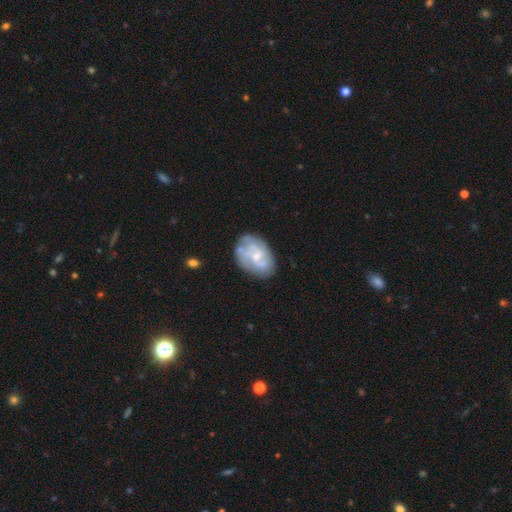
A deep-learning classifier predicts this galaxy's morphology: Smooth or featured: featured or disk — 63% (smooth — 30%)
Edge-on disk: no — 97% (yes — 3%)
Bar: no — 69% (weak — 27%)
Spiral arms: yes — 63% (no — 37%)
Bulge size: small — 59% (moderate — 31%)
Merging: none — 64% (minor disturbance — 22%)